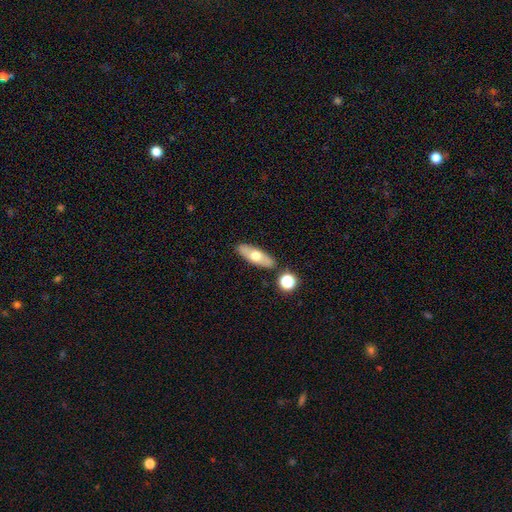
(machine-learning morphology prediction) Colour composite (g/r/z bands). It shows a smooth galaxy with no disk features (58%) that is in between round and cigar-shaped (66%). Merging: none (84%).